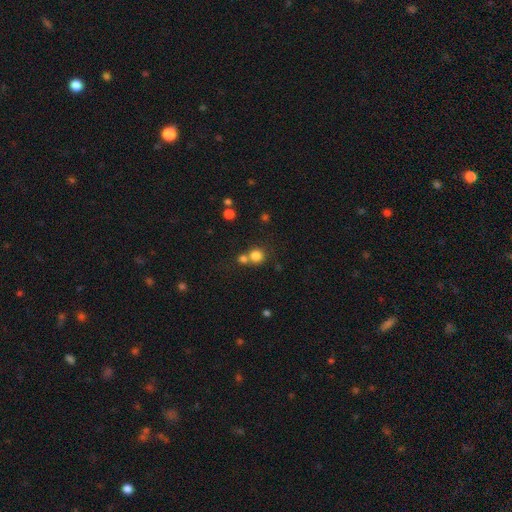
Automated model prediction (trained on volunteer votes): Smooth or featured? Predicted: smooth (p=0.79). How rounded? Predicted: round (p=0.90). Merging? Predicted: none (p=0.55).